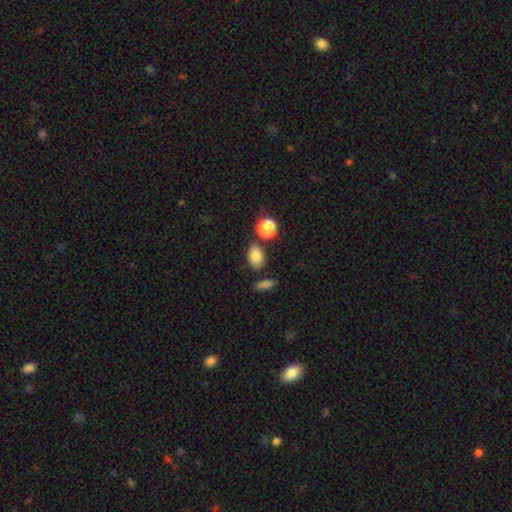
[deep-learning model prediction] Morphology: type=smooth (83%); roundness=in between (82%); merging=none (75%).